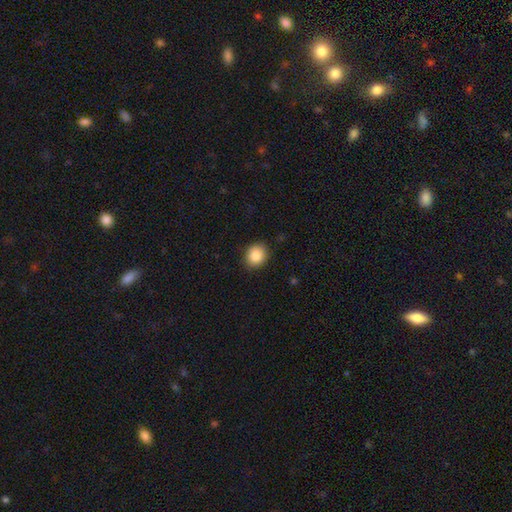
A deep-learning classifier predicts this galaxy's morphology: Smooth or featured? smooth (86%)
How rounded? round (68%)
Merging? none (88%)